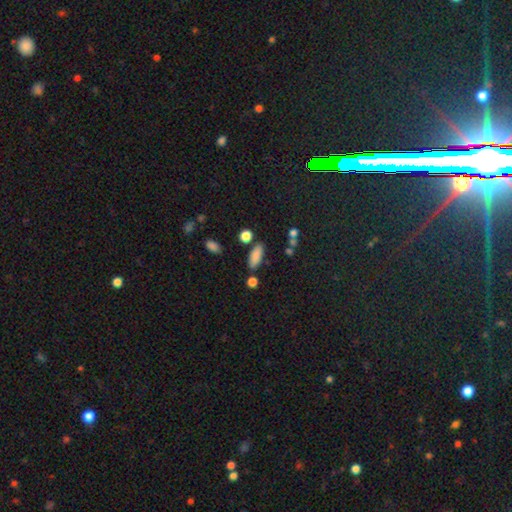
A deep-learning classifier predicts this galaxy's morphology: smooth_or_featured: smooth (p=0.85) [alt: star or artifact p=0.09]
how_rounded: in between (p=0.73) [alt: cigar-shaped p=0.24]
merging: none (p=0.78) [alt: minor disturbance p=0.12]